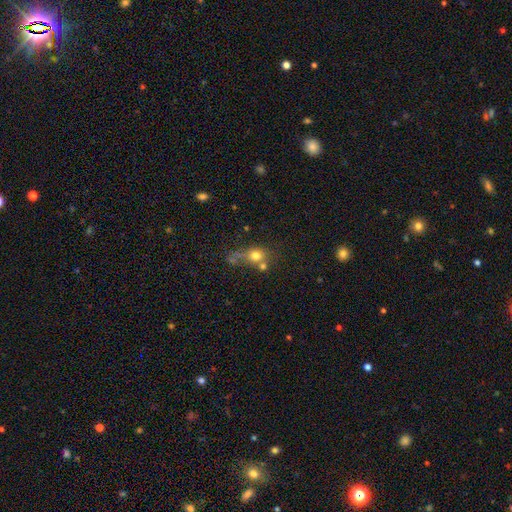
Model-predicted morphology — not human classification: smooth_or_featured: smooth (p=0.70) [alt: featured or disk p=0.16]
how_rounded: round (p=0.71) [alt: in between p=0.26]
merging: none (p=0.41) [alt: merger p=0.33]